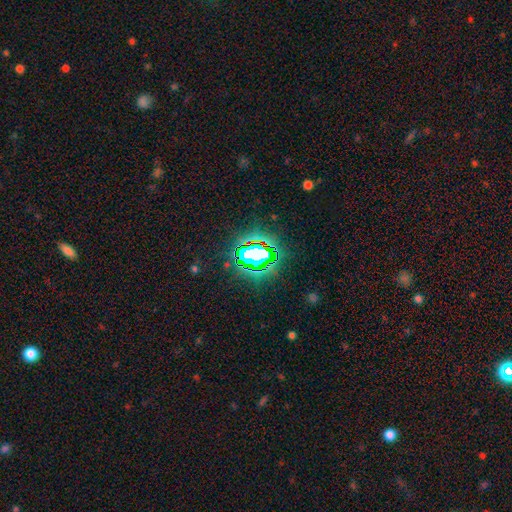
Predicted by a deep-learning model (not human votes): The model was most divided on "smooth or featured": star or artifact: 71%, smooth: 17%, featured or disk: 12%.